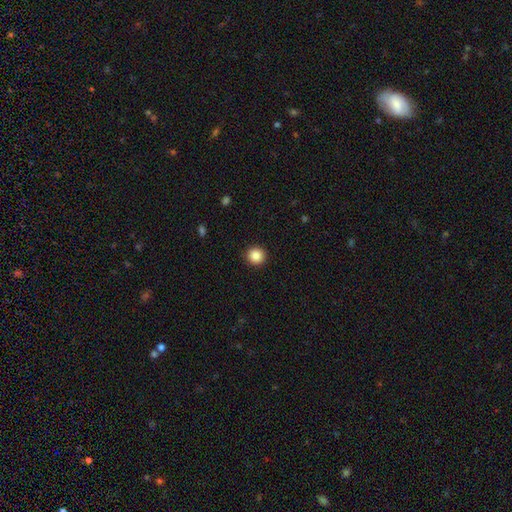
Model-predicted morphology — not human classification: smooth-or-featured: smooth: 87% | star or artifact: 10% | featured or disk: 4%
  how-rounded: round: 94% | in between: 5% | cigar-shaped: 1%
  merging: none: 93% | minor disturbance: 5% | major disturbance: 2% | merger: 1%